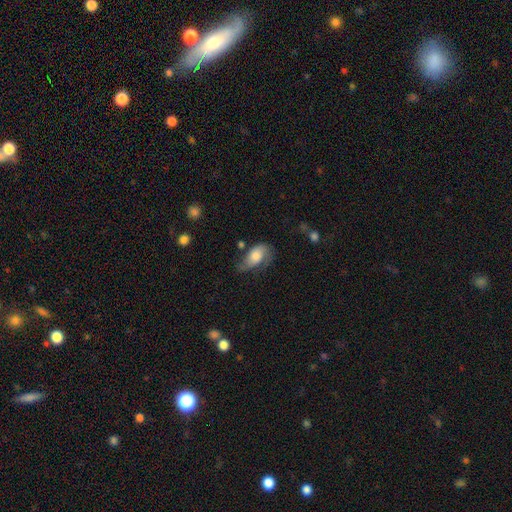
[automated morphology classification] type=smooth (51%); roundness=in between (90%); merging=none (36%).